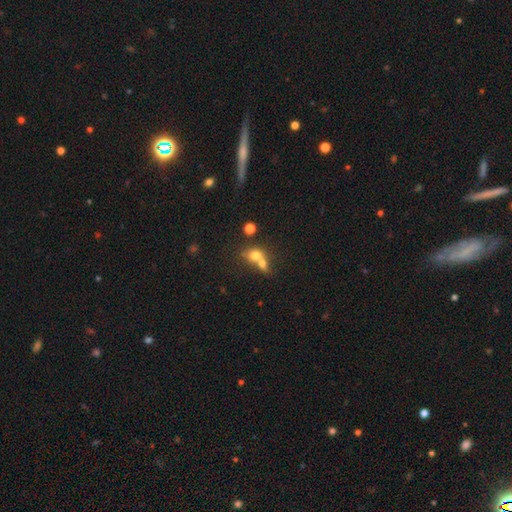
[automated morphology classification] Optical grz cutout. It shows a smooth galaxy with no disk features (70%) that is round (49%). Merging: merger (67%).